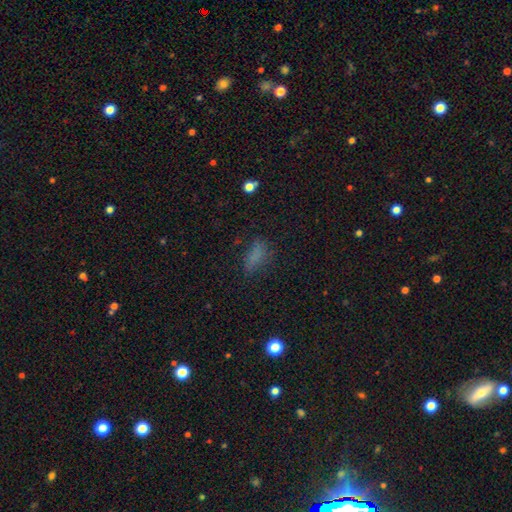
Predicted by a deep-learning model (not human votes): A smooth galaxy with no disk features (71%) that is in between round and cigar-shaped (74%).

Vote fractions:
- Smooth or featured? smooth: 71% / star or artifact: 18% / featured or disk: 11%
- How rounded? in between: 74% / cigar-shaped: 20% / round: 6%
- Merging? none: 64% / minor disturbance: 22% / major disturbance: 12% / merger: 3%